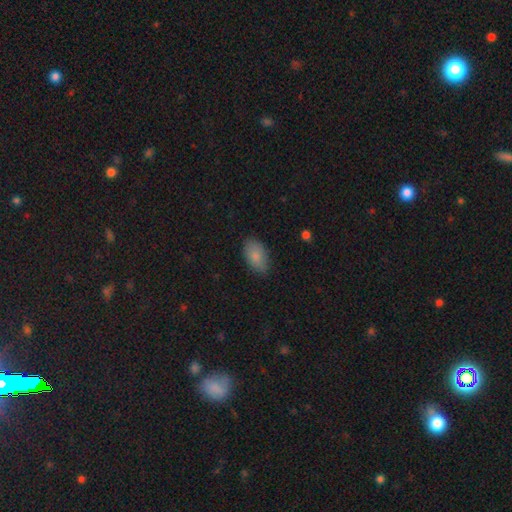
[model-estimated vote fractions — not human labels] Q: Smooth or featured?
A: smooth (85%); runner-up: featured or disk (8%)
Q: How rounded?
A: in between (93%); runner-up: round (4%)
Q: Merging?
A: none (81%); runner-up: minor disturbance (15%)